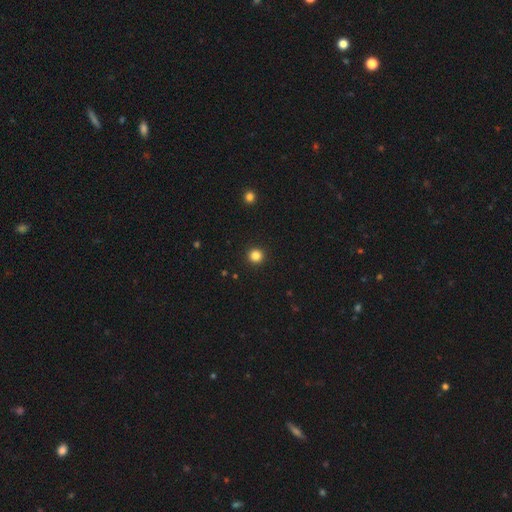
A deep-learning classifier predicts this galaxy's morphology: Smooth or featured? Predicted: smooth (p=0.84). How rounded? Predicted: round (p=0.96). Merging? Predicted: none (p=0.93).